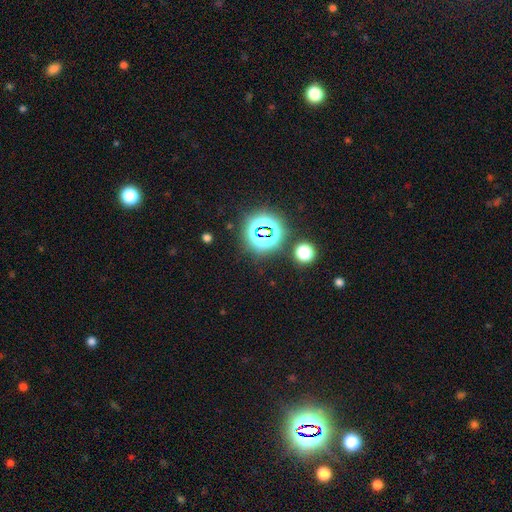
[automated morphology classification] Overall: star or artifact (83%).